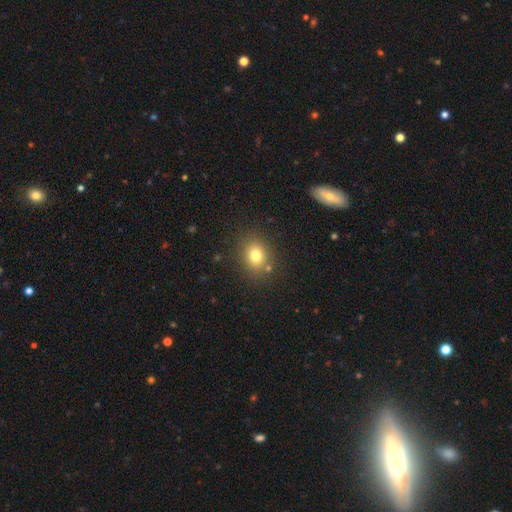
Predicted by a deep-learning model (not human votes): Overall: smooth (76%). How rounded: round (60%; in between 39%). Merging: none (81%).